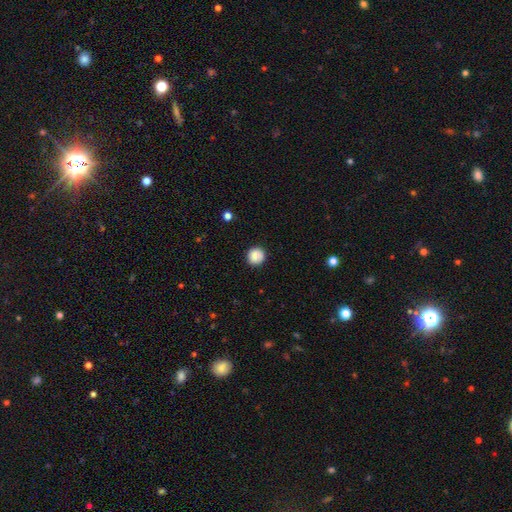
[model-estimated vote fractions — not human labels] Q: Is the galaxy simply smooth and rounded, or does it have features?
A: smooth — 88%.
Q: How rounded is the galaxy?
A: round — 94%.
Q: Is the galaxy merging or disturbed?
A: none — 91%.